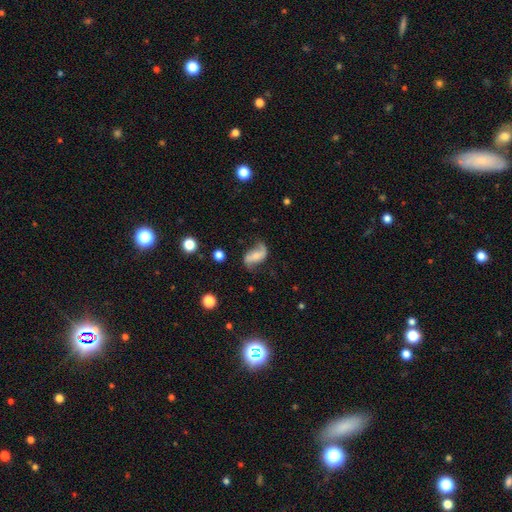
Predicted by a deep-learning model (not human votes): smooth-or-featured: featured or disk: 72% | smooth: 20% | star or artifact: 8%
  disk-edge-on: no: 96% | yes: 4%
    bar: no: 39% | weak: 35% | strong: 26%
    has-spiral-arms: yes: 91% | no: 9%
      spiral-winding: loose: 76% | medium: 18% | tight: 6%
      spiral-arm-count: 2: 88% | 1: 5% | can't tell: 4% | 3: 1% | 4: 1% | more than 4: 1%
    bulge-size: small: 42% | moderate: 30% | none: 20% | large: 6% | dominant: 2%
  merging: none: 60% | minor disturbance: 23% | major disturbance: 13% | merger: 3%